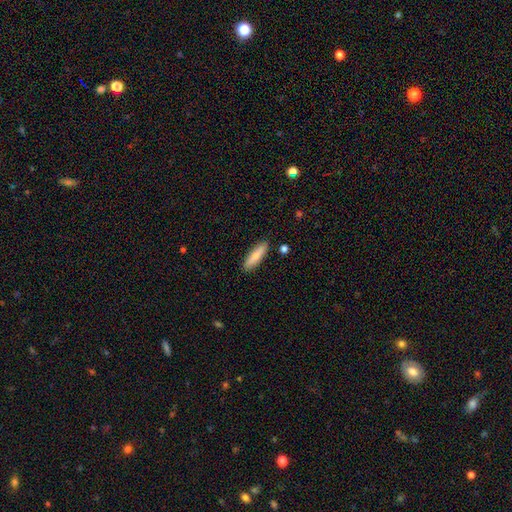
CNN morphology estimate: A smooth galaxy with no disk features (75%) that is cigar-shaped (65%). Merging: none (89%).